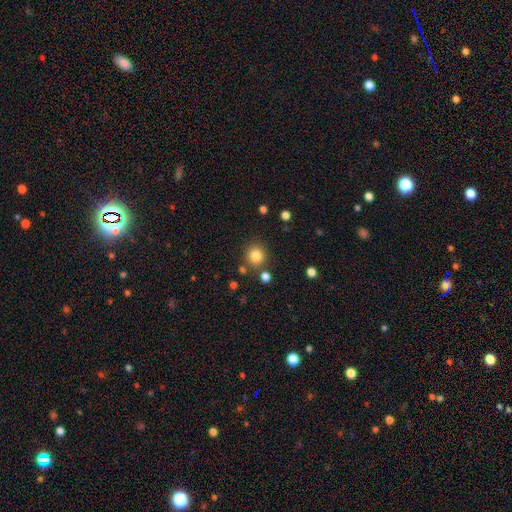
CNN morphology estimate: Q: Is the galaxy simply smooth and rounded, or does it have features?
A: smooth — 83%.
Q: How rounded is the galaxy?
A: round — 90%.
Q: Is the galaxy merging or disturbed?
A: none — 82%.